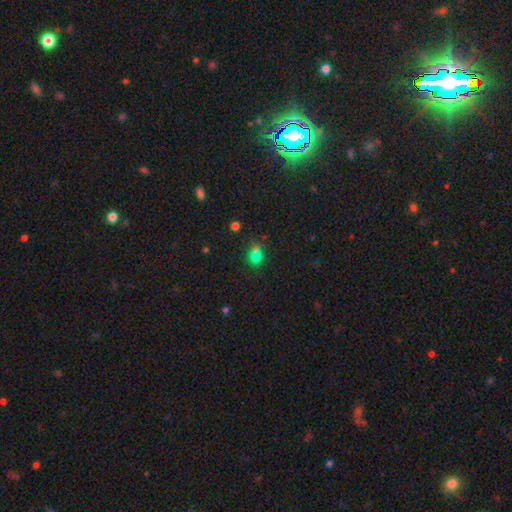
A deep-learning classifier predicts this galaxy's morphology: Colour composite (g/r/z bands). It shows a smooth galaxy with no disk features (63%) that is round (51%). Merging: none (62%).